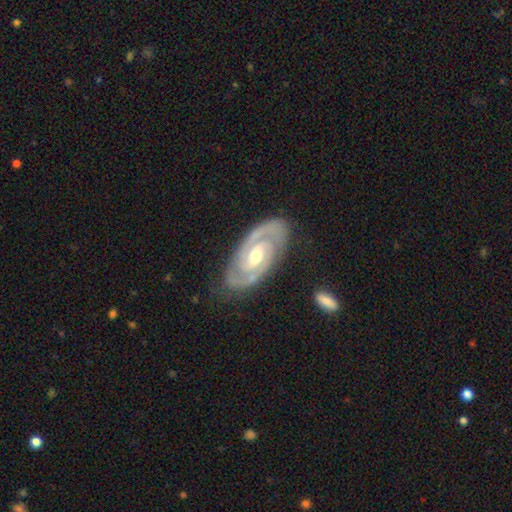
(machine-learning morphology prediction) This is clearly a featured or disk galaxy (93%). It is clearly not viewed edge-on (96%). Bar: marginally no (40%). Spiral arm pattern: clearly yes (98%). Spiral arm count: clearly 2 (92%). Spiral winding: likely tight (66%). Central bulge: likely moderate (67%). Merging: clearly none (84%).